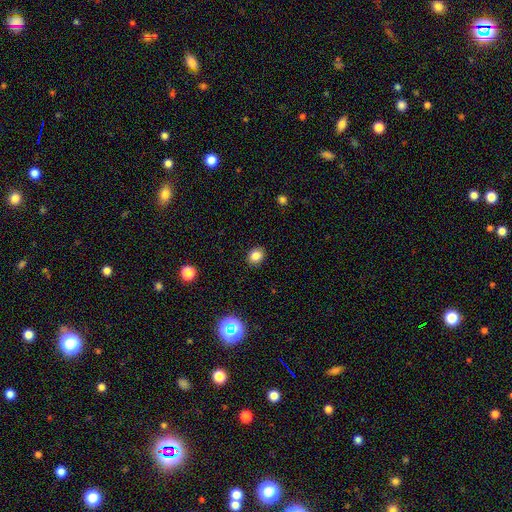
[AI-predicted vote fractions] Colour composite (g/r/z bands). It shows a smooth galaxy with no disk features (82%) that is round (60%). Merging: none (90%).